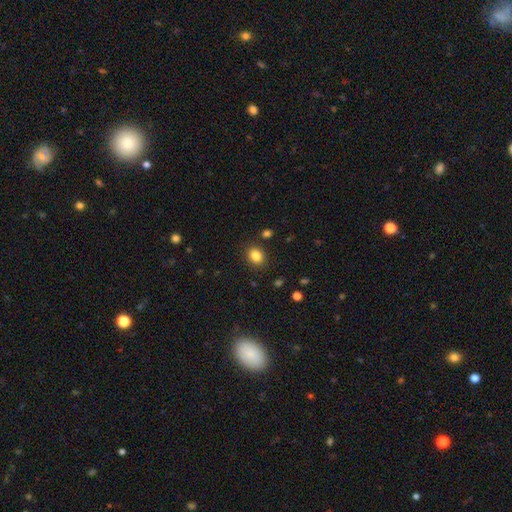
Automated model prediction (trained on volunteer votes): The model was most divided on "how rounded": round: 56%, in between: 43%, cigar-shaped: 1%. More confident: merging — none (87%); smooth or featured — smooth (84%).